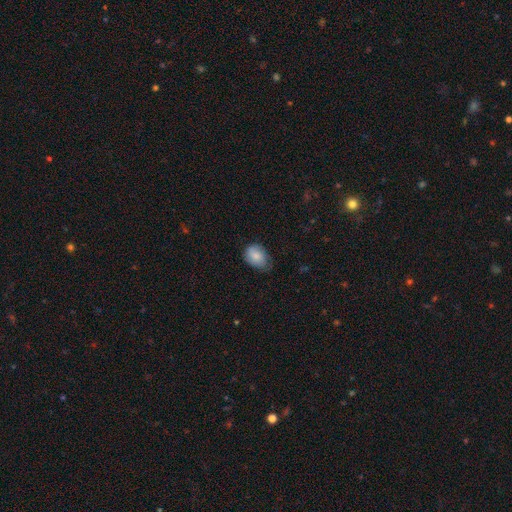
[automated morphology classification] smooth 82%, featured or disk 11%, star or artifact 7%. Down the decision tree: how rounded — in between (74%); merging — none (57%).